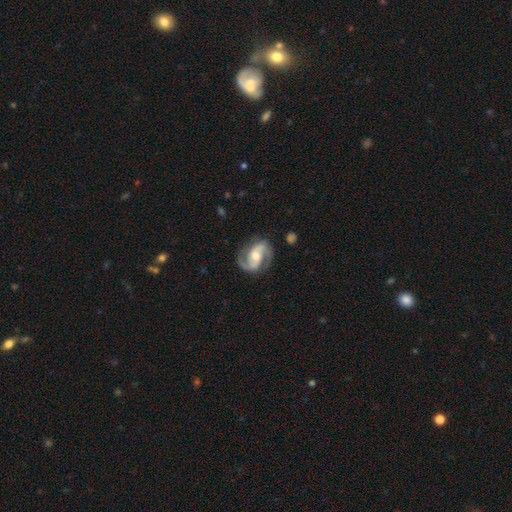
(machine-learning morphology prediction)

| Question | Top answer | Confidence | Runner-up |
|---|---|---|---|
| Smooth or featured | featured or disk | 89% | smooth (6%) |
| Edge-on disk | no | 98% | yes (2%) |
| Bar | weak | 40% | no (37%) |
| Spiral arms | yes | 97% | no (3%) |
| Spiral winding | medium | 56% | loose (23%) |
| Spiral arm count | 2 | 92% | can't tell (2%) |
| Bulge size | moderate | 61% | small (27%) |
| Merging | none | 79% | minor disturbance (13%) |